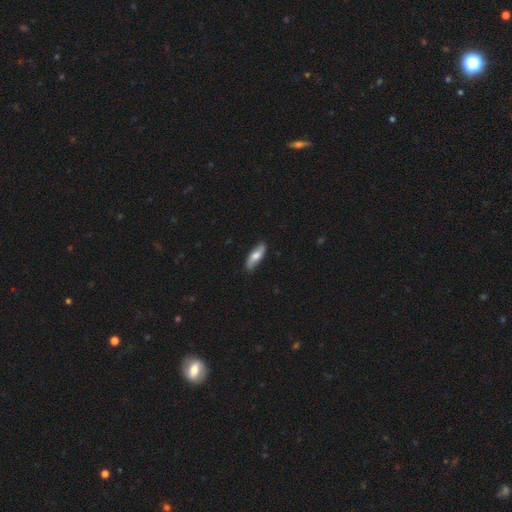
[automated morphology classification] A smooth galaxy with no disk features (56%) that is in between round and cigar-shaped (58%). Merging: none (86%).